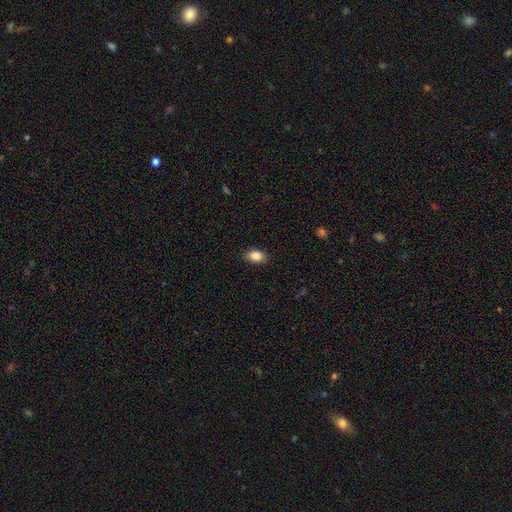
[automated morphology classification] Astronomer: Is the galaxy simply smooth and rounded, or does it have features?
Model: smooth — 87%.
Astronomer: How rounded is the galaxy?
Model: in between — 87%.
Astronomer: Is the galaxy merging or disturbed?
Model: none — 87%.